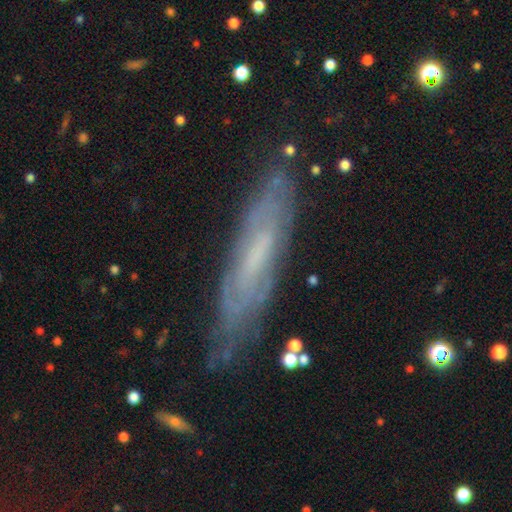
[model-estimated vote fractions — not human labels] Smooth or featured: featured or disk — 61% (smooth — 29%)
Edge-on disk: yes — 54% (no — 46%)
Merging: none — 79% (minor disturbance — 15%)